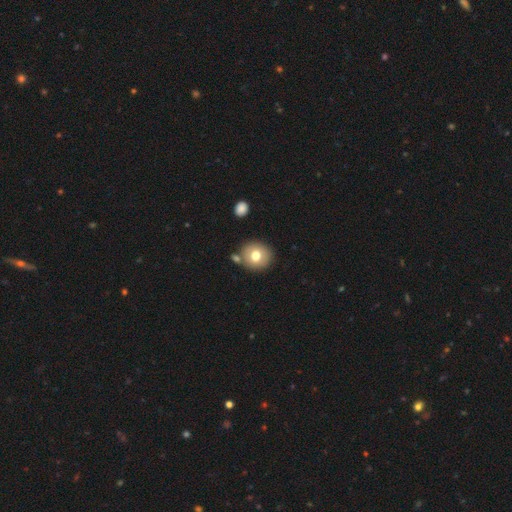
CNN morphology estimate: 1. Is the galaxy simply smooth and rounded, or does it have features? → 74% smooth, 16% featured or disk, 10% star or artifact.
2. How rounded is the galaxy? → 85% round, 14% in between, 1% cigar-shaped.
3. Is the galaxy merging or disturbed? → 78% none, 10% merger, 10% minor disturbance, 3% major disturbance.